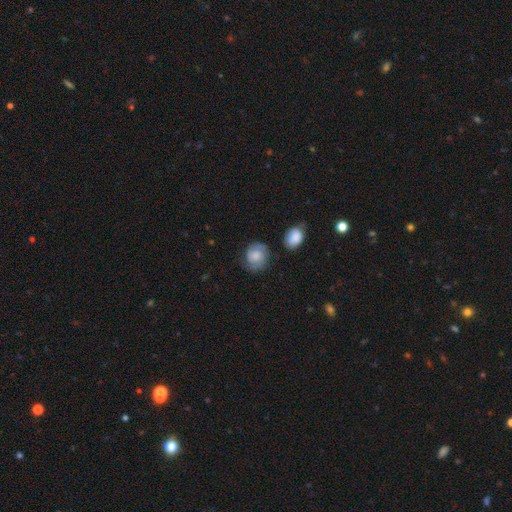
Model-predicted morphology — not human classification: The model was most divided on "smooth or featured": smooth: 48%, featured or disk: 43%, star or artifact: 8%. More confident: merging — none (70%).